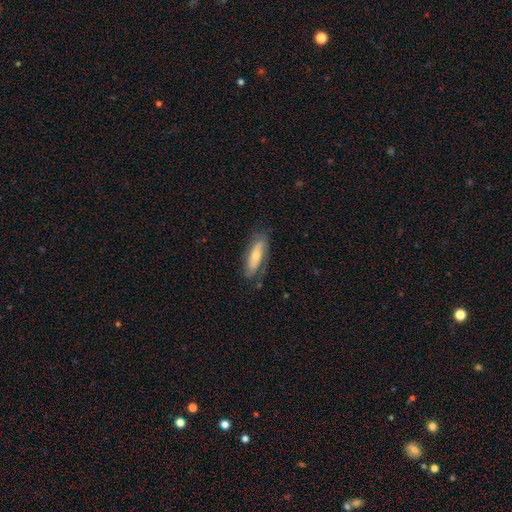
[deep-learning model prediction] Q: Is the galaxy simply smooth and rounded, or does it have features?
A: featured or disk — 48%.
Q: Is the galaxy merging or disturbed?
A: none — 70%.